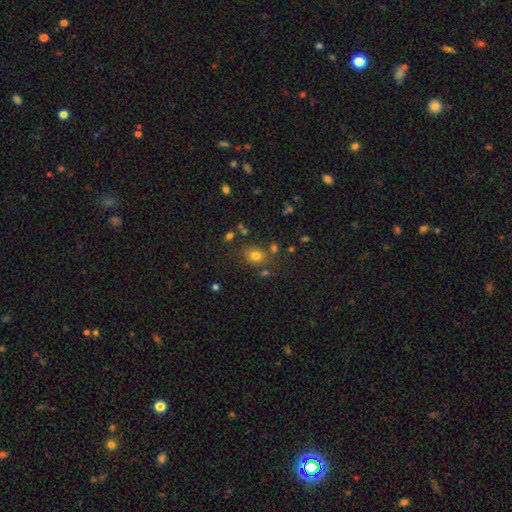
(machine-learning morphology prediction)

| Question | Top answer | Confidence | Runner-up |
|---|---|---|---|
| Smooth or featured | smooth | 76% | star or artifact (16%) |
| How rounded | round | 54% | in between (45%) |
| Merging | none | 74% | minor disturbance (13%) |